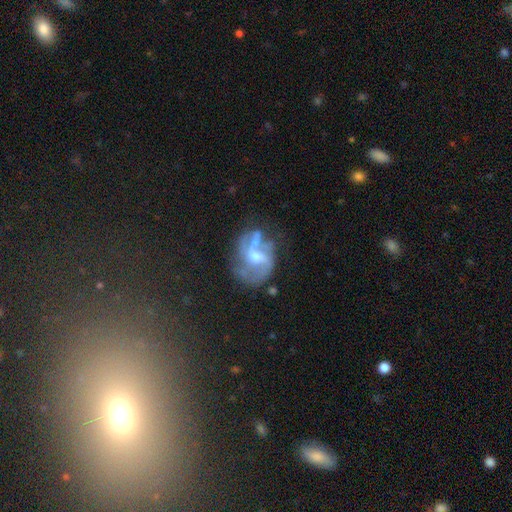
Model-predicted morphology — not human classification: Smooth or featured? Predicted: featured or disk (p=0.77). Edge-on disk? Predicted: no (p=0.98). Bar? Predicted: no (p=0.46). Spiral arms? Predicted: yes (p=0.80). Spiral winding? Predicted: medium (p=0.46). Spiral arm count? Predicted: 2 (p=0.47). Bulge size? Predicted: moderate (p=0.60). Merging? Predicted: none (p=0.45).